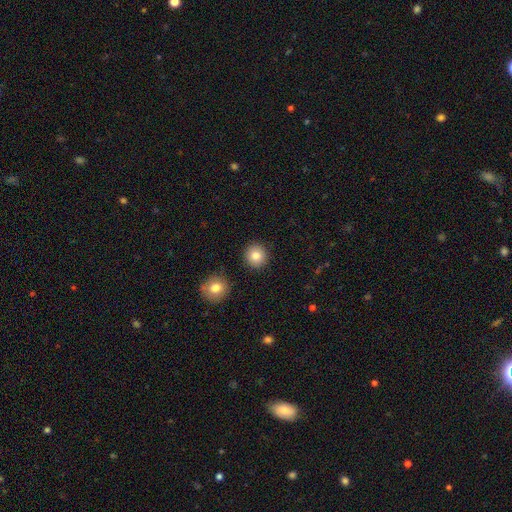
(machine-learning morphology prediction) This appears to be a smooth galaxy with no disk features (83%) that is round (93%). Merging: none (90%).